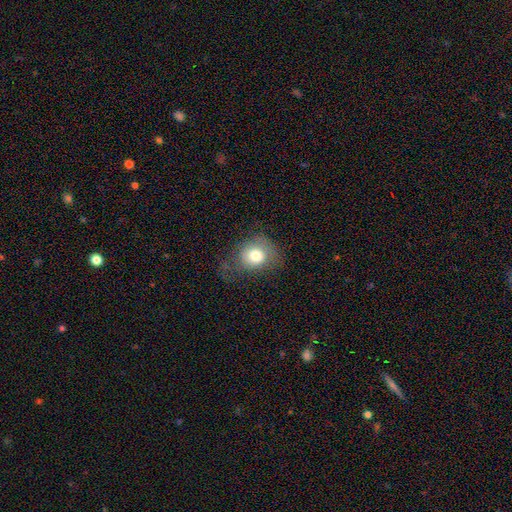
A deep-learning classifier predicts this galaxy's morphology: type=smooth (76%); roundness=round (67%); merging=none (52%).